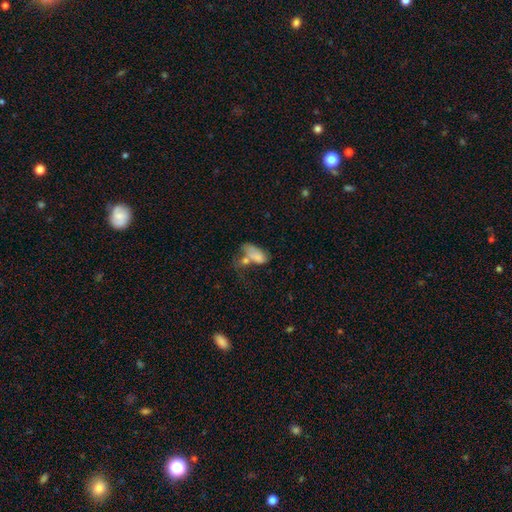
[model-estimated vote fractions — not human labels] This appears to be a smooth galaxy with no disk features (70%) that is in between round and cigar-shaped (90%). Merging: merger (43%).